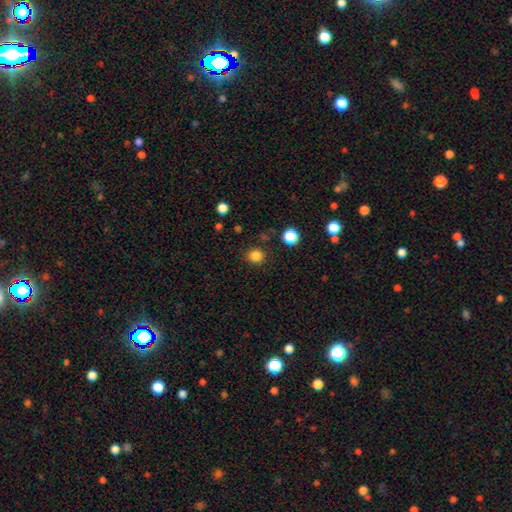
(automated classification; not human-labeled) Morphology: type=smooth (83%); roundness=round (91%); merging=none (88%).